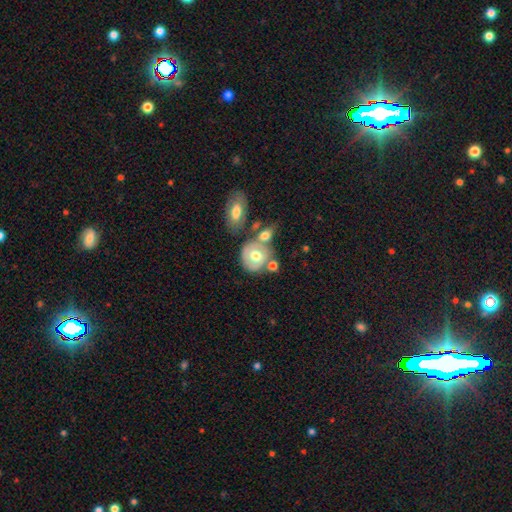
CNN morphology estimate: smooth 51%, featured or disk 43%, star or artifact 7%. Down the decision tree: how rounded — round (70%); merging — none (47%).